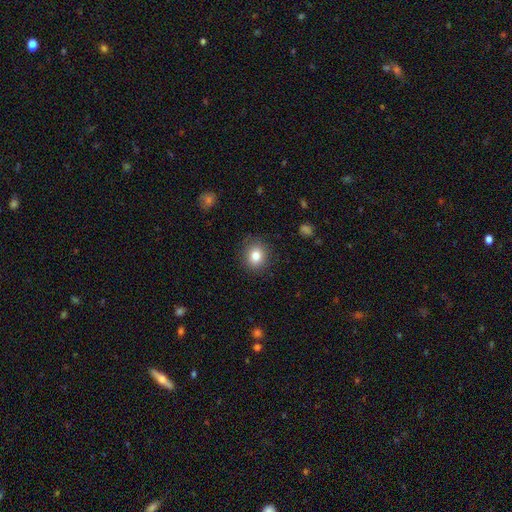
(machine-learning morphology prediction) type=smooth (83%); roundness=round (76%); merging=none (87%).